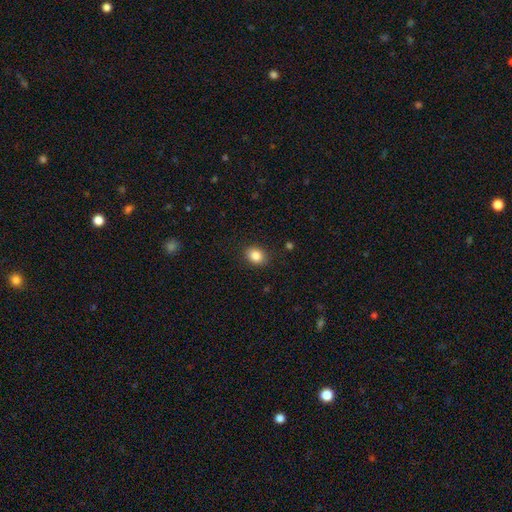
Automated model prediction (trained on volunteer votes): Smooth or featured: smooth — 85% (star or artifact — 10%)
How rounded: round — 51% (in between — 48%)
Merging: none — 88% (minor disturbance — 9%)